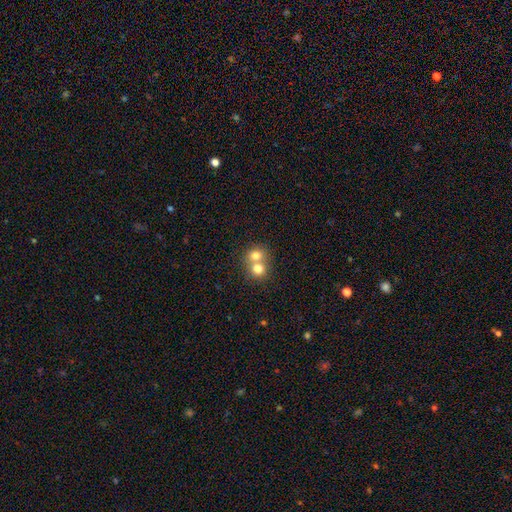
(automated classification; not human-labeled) This appears to be a smooth galaxy with no disk features (74%) that is round (78%). Merging: merger (67%).